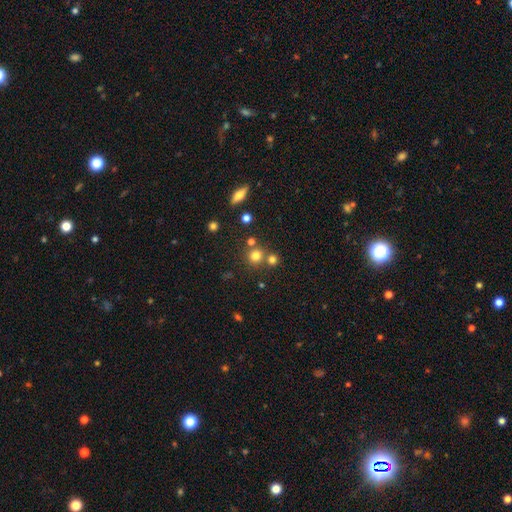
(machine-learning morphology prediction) A smooth galaxy with no disk features (76%) that is round (89%).

Vote fractions:
- Smooth or featured? smooth: 76% / star or artifact: 16% / featured or disk: 8%
- How rounded? round: 89% / in between: 10% / cigar-shaped: 1%
- Merging? none: 68% / merger: 21% / minor disturbance: 8% / major disturbance: 3%